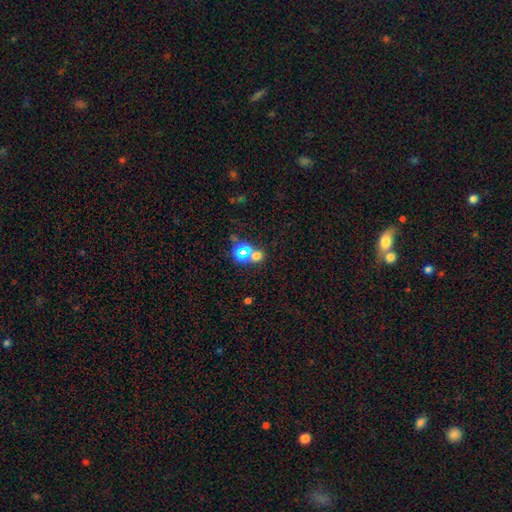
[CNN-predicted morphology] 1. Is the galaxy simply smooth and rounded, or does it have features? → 55% smooth, 33% star or artifact, 11% featured or disk.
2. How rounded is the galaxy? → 75% round, 24% in between, 1% cigar-shaped.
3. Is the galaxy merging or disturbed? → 52% none, 36% merger, 8% minor disturbance, 5% major disturbance.